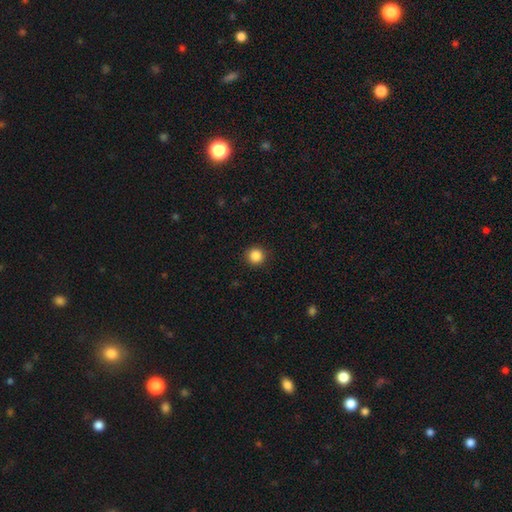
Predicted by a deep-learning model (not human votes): A smooth galaxy with no disk features (87%) that is round (95%). Merging: none (92%).